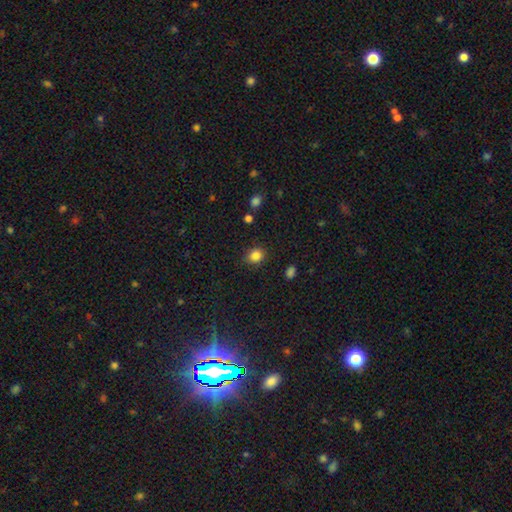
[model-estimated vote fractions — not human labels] This appears to be a smooth galaxy with no disk features (84%) that is round (64%). Merging: none (83%).